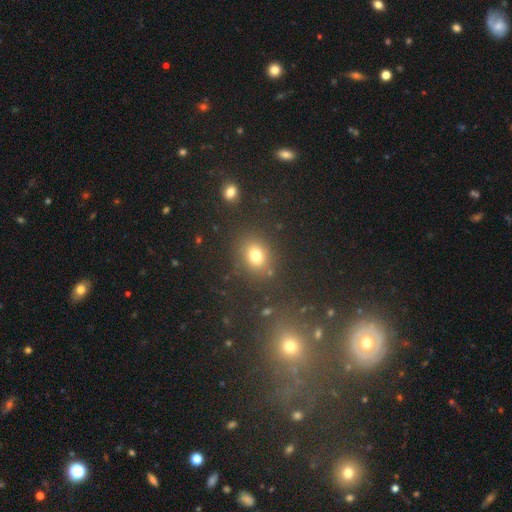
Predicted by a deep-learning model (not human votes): Smooth or featured: smooth — 73% (star or artifact — 18%)
How rounded: round — 58% (in between — 41%)
Merging: none — 81% (minor disturbance — 10%)